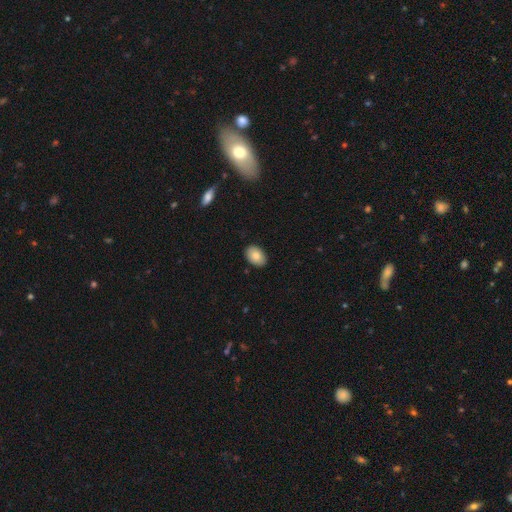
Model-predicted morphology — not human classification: Overall: smooth (84%). How rounded: in between (86%). Merging: none (89%).